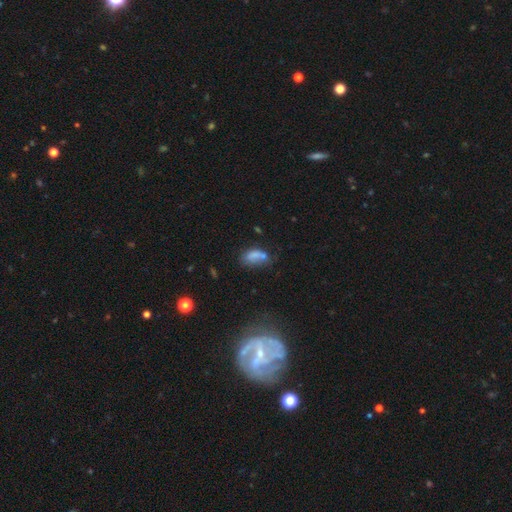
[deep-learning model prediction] Smooth or featured? smooth (73%)
How rounded? in between (87%)
Merging? none (38%)